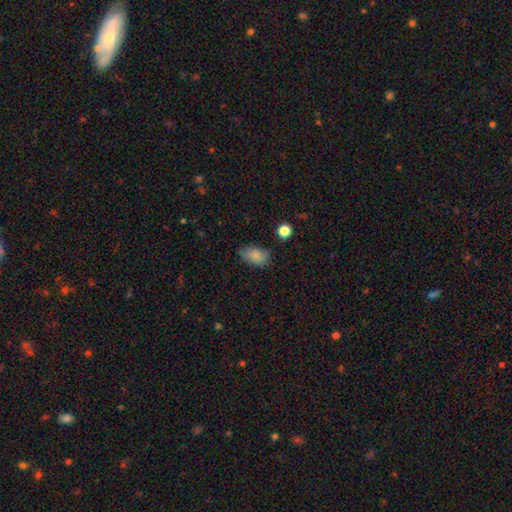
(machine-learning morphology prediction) smooth 84%, star or artifact 8%, featured or disk 8%. Down the decision tree: how rounded — in between (90%); merging — none (73%).